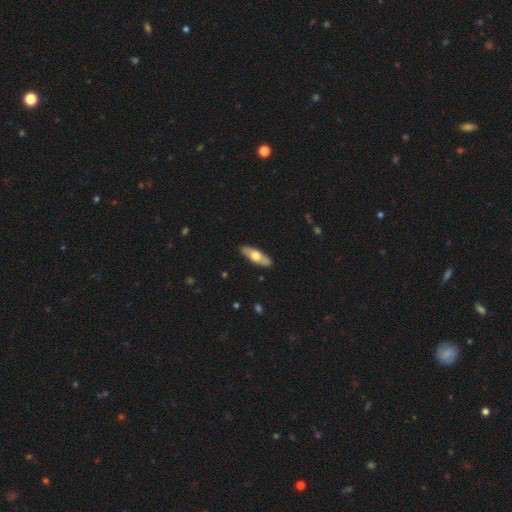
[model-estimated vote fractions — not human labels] Smooth or featured? Predicted: smooth (p=0.53). How rounded? Predicted: in between (p=0.60). Merging? Predicted: none (p=0.88).